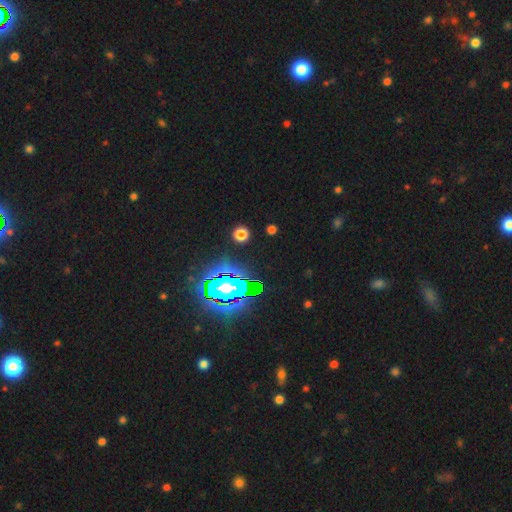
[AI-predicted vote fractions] The model was most divided on "smooth or featured": star or artifact: 75%, smooth: 14%, featured or disk: 11%.